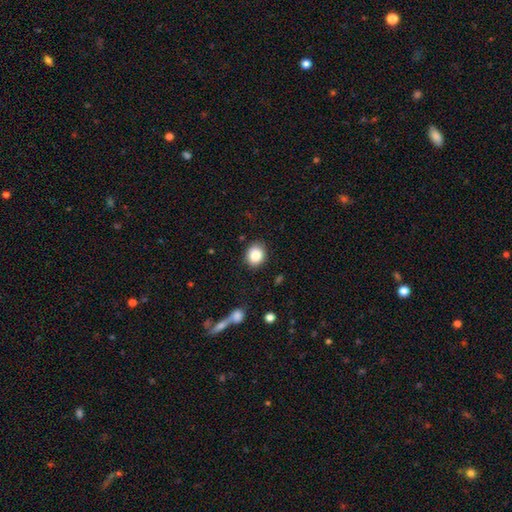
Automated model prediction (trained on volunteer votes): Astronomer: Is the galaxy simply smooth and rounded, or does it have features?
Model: smooth — 86%.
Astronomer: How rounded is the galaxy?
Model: round — 65%.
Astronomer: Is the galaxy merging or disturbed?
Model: none — 86%.